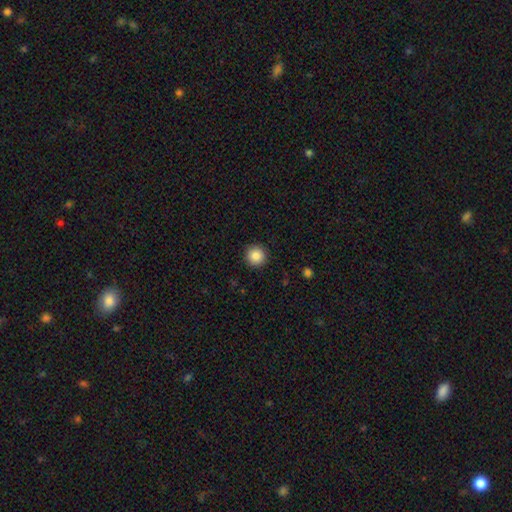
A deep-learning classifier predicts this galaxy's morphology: Overall: smooth (86%). How rounded: round (96%). Merging: none (92%).